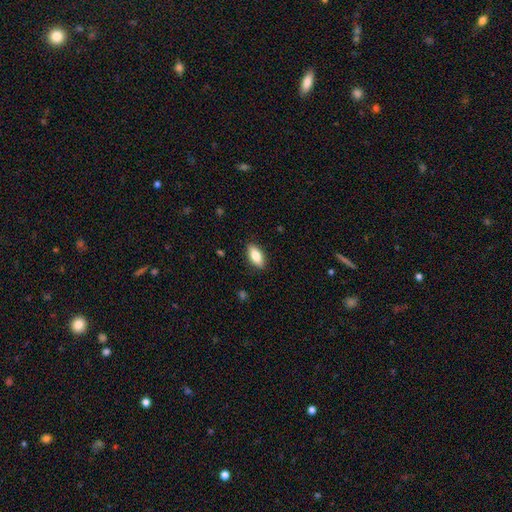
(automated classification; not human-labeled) Smooth or featured? smooth (80%)
How rounded? in between (86%)
Merging? none (88%)